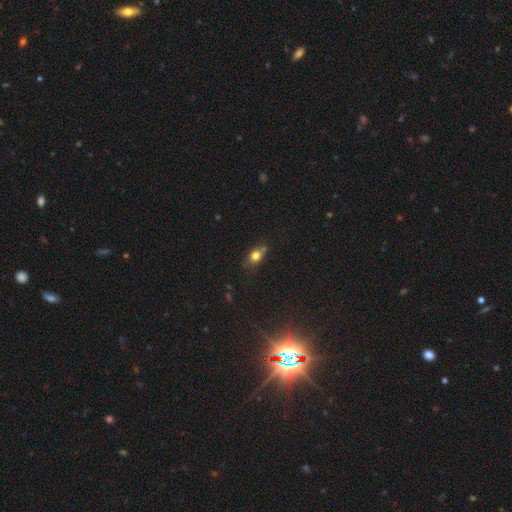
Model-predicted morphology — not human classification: Smooth or featured?
  - smooth: 74% *
  - star or artifact: 13%
  - featured or disk: 13%
How rounded?
  - in between: 58% *
  - round: 37%
  - cigar-shaped: 5%
Merging?
  - none: 62% *
  - minor disturbance: 22%
  - merger: 10%
  - major disturbance: 6%